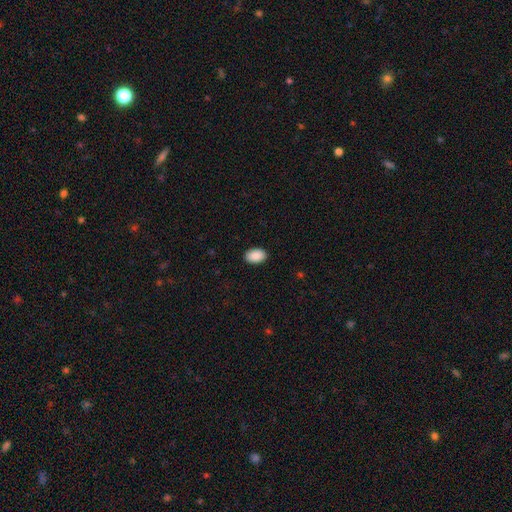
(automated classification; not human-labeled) A smooth galaxy with no disk features (90%) that is in between round and cigar-shaped (91%).

Vote fractions:
- Smooth or featured? smooth: 90% / star or artifact: 7% / featured or disk: 3%
- How rounded? in between: 91% / round: 8% / cigar-shaped: 1%
- Merging? none: 90% / minor disturbance: 7% / major disturbance: 2% / merger: 1%